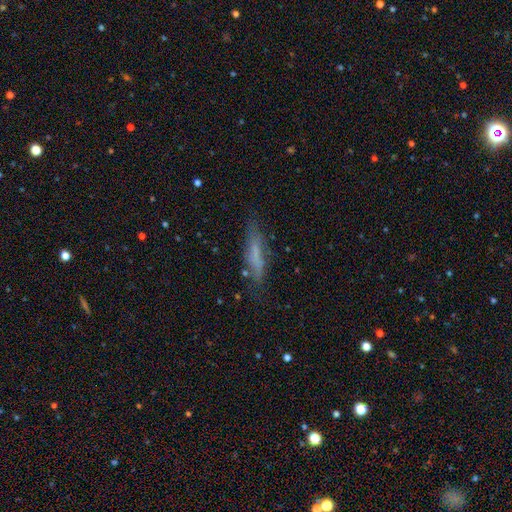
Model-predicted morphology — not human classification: type=smooth (53%); roundness=cigar-shaped (81%); merging=none (68%).